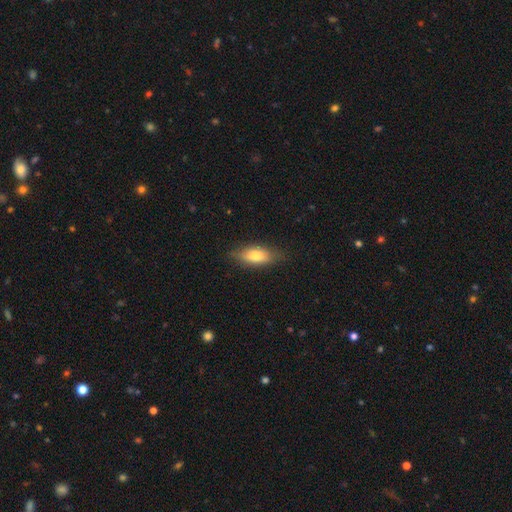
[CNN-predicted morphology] smooth-or-featured: smooth: 70% | featured or disk: 23% | star or artifact: 7%
  how-rounded: in between: 73% | cigar-shaped: 23% | round: 4%
  merging: none: 78% | minor disturbance: 17% | major disturbance: 3% | merger: 1%